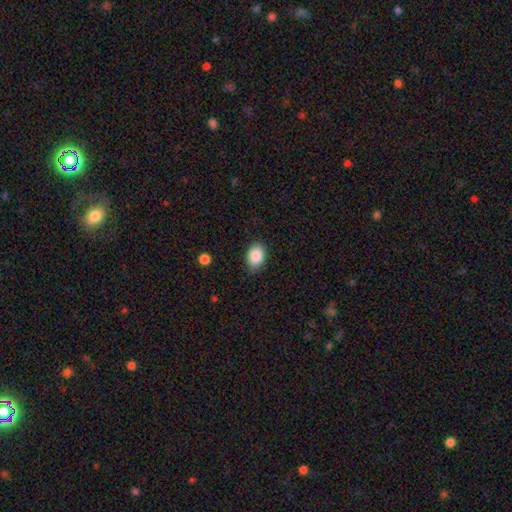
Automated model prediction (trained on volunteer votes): smooth 87%, star or artifact 8%, featured or disk 5%. Down the decision tree: how rounded — in between (80%); merging — none (84%).